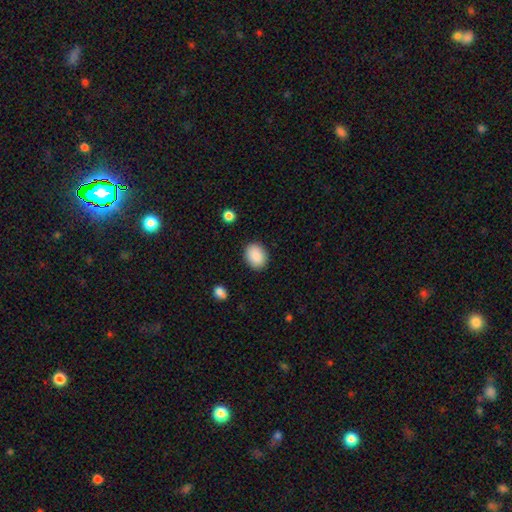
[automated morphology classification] Smooth or featured? smooth (88%)
How rounded? in between (58%)
Merging? none (88%)